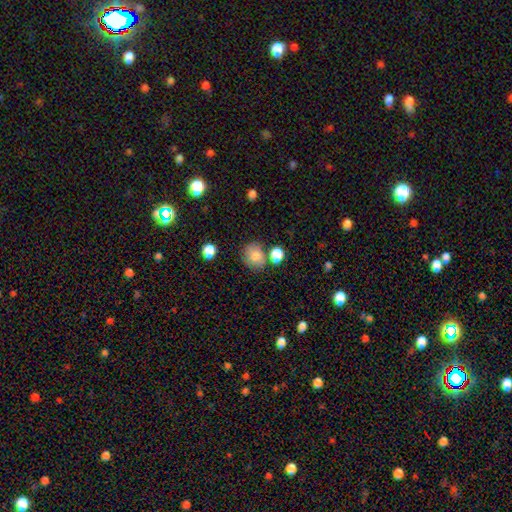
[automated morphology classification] Q: Smooth or featured?
A: smooth (80%); runner-up: star or artifact (10%)
Q: How rounded?
A: round (70%); runner-up: in between (29%)
Q: Merging?
A: none (64%); runner-up: minor disturbance (18%)